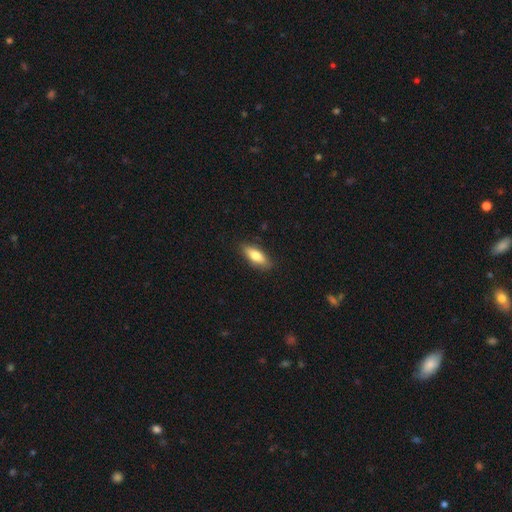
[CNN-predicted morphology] Smooth or featured? smooth (74%)
How rounded? in between (67%)
Merging? none (85%)